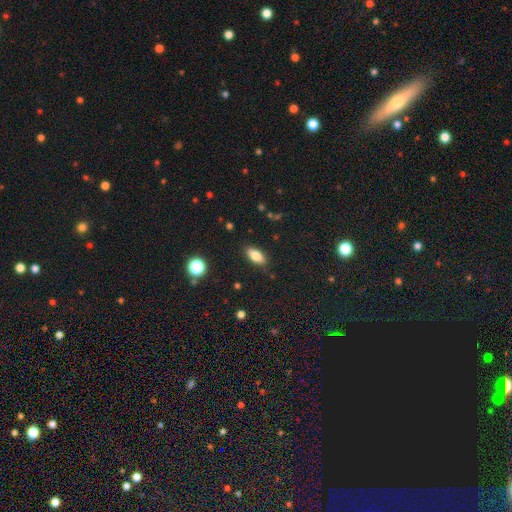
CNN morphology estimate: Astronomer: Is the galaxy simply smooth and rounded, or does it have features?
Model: smooth — 80%.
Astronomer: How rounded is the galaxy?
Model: in between — 85%.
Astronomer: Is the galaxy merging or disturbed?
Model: none — 86%.